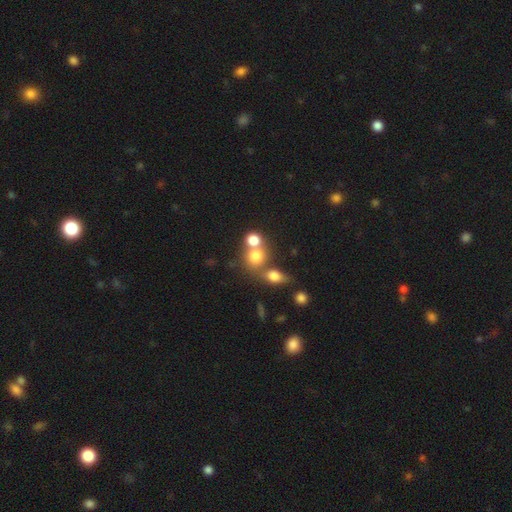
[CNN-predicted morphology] Smooth or featured: smooth — 74% (star or artifact — 14%)
How rounded: round — 78% (in between — 21%)
Merging: merger — 45% (none — 42%)